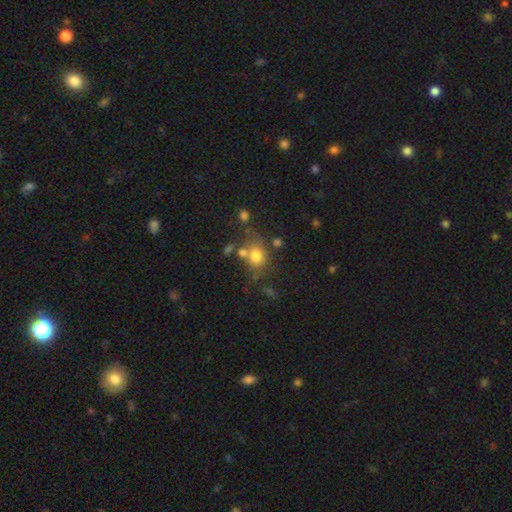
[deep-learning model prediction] Morphology: type=smooth (74%); roundness=round (60%); merging=none (52%).